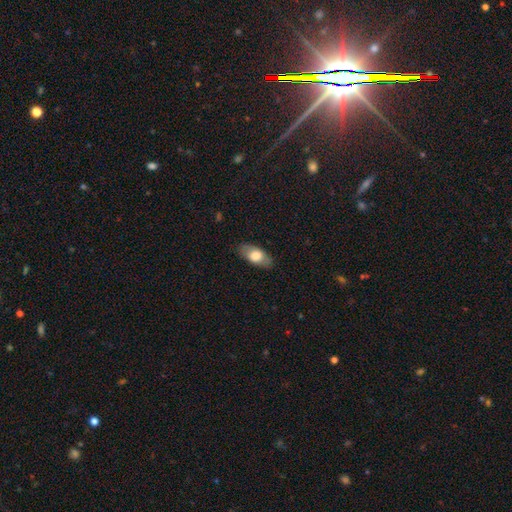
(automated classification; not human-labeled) A smooth galaxy with no disk features (69%) that is in between round and cigar-shaped (89%).

Vote fractions:
- Smooth or featured? smooth: 69% / featured or disk: 25% / star or artifact: 6%
- How rounded? in between: 89% / cigar-shaped: 7% / round: 4%
- Merging? none: 84% / minor disturbance: 12% / major disturbance: 3% / merger: 1%